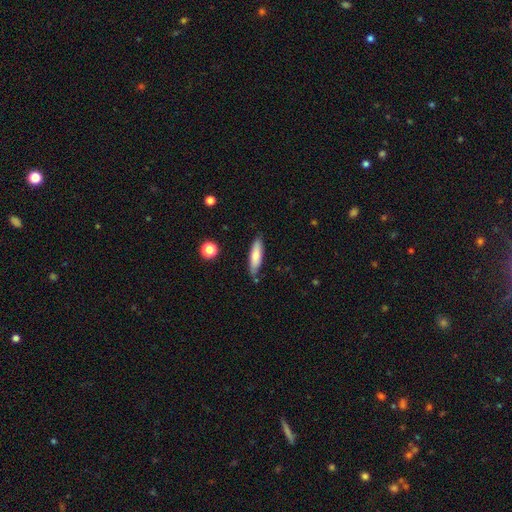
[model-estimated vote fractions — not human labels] This appears to be a smooth galaxy with no disk features (75%) that is cigar-shaped (66%). Merging: none (81%).